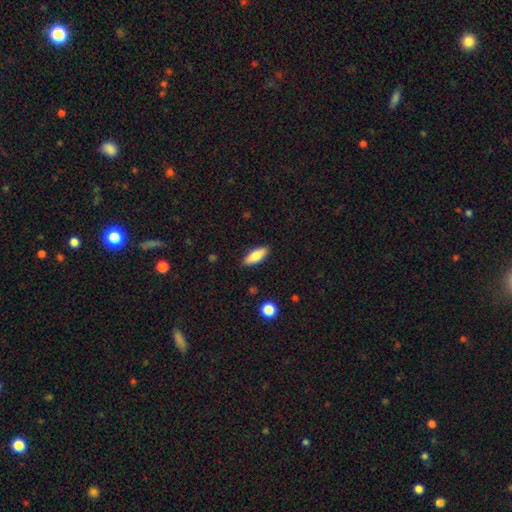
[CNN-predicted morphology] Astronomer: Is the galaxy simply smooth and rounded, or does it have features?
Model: smooth — 77%.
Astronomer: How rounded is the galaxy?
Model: in between — 65%.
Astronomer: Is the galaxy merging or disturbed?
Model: none — 88%.